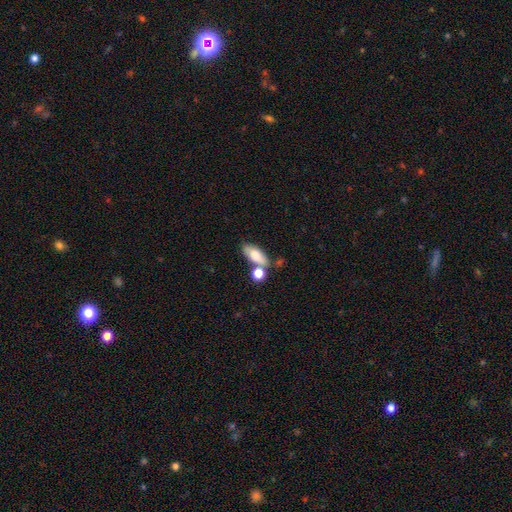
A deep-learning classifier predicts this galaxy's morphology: A smooth galaxy with no disk features (74%) that is in between round and cigar-shaped (76%).

Vote fractions:
- Smooth or featured? smooth: 74% / featured or disk: 18% / star or artifact: 8%
- How rounded? in between: 76% / cigar-shaped: 18% / round: 7%
- Merging? none: 54% / merger: 24% / minor disturbance: 16% / major disturbance: 6%